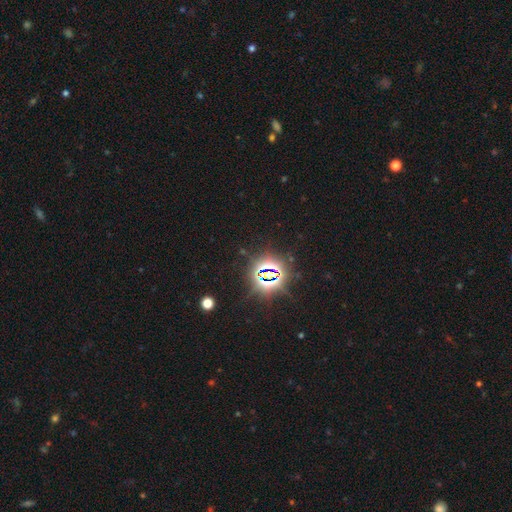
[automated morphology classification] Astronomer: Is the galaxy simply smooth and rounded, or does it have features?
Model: star or artifact — 83%.